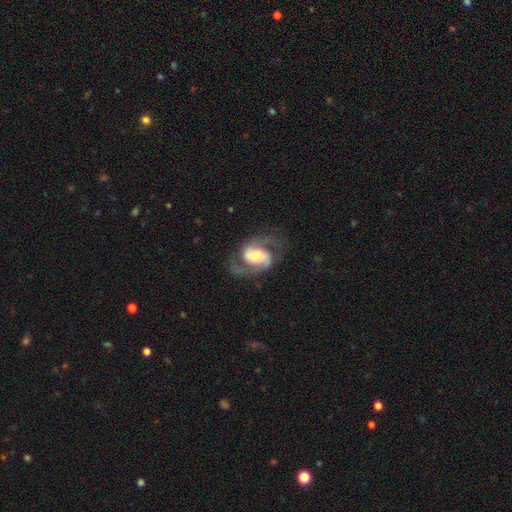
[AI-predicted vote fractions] Smooth or featured? Predicted: featured or disk (p=0.86). Edge-on disk? Predicted: no (p=0.98). Bar? Predicted: no (p=0.44). Spiral arms? Predicted: yes (p=0.96). Spiral winding? Predicted: medium (p=0.57). Spiral arm count? Predicted: 2 (p=0.86). Bulge size? Predicted: moderate (p=0.53). Merging? Predicted: none (p=0.70).